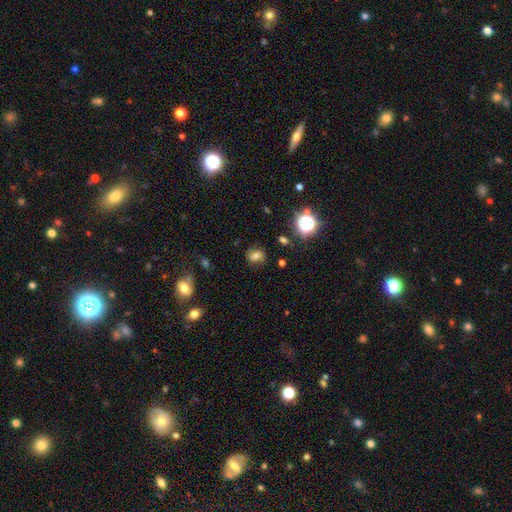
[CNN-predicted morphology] Q: Smooth or featured?
A: smooth (59%); runner-up: star or artifact (21%)
Q: How rounded?
A: in between (50%); runner-up: round (48%)
Q: Merging?
A: none (75%); runner-up: minor disturbance (16%)